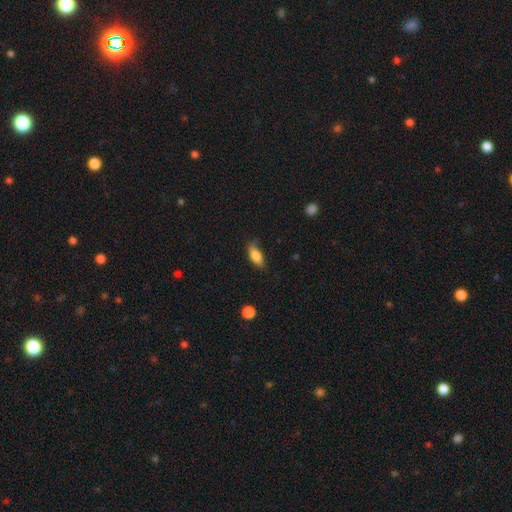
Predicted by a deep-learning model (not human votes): This is likely a smooth galaxy (78%). How rounded: likely in between (78%). Merging: likely none (65%).